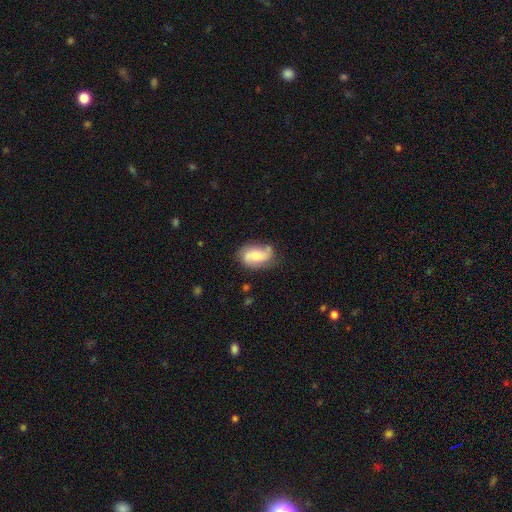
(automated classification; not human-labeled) Smooth or featured?
  - featured or disk: 49% *
  - smooth: 44%
  - star or artifact: 8%
Merging?
  - none: 65% *
  - minor disturbance: 24%
  - major disturbance: 7%
  - merger: 3%